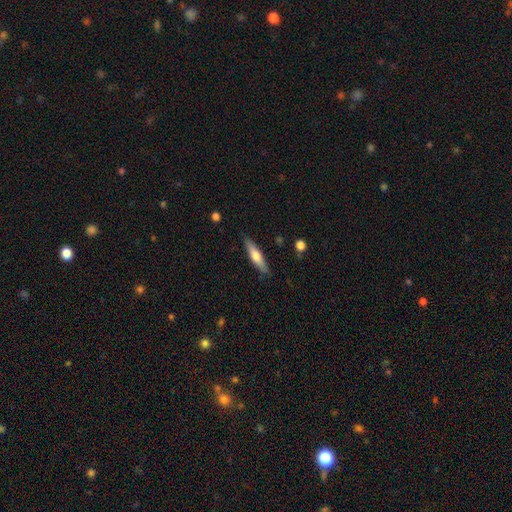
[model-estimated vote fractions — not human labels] This is possibly a smooth galaxy (59%). How rounded: likely cigar-shaped (78%). Merging: clearly none (87%).